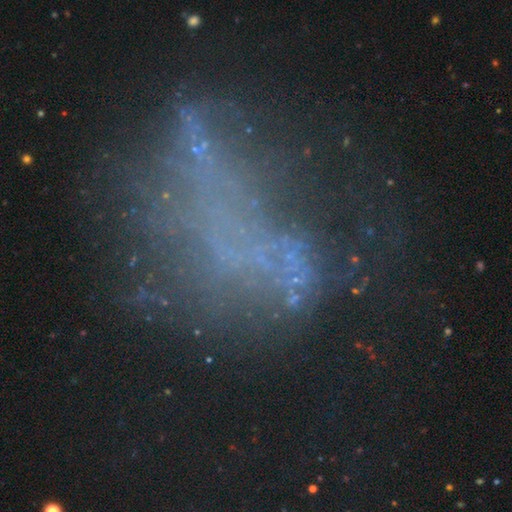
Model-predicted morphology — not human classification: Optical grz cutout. It shows a featured or disk galaxy (41%). Merging: none (41%).